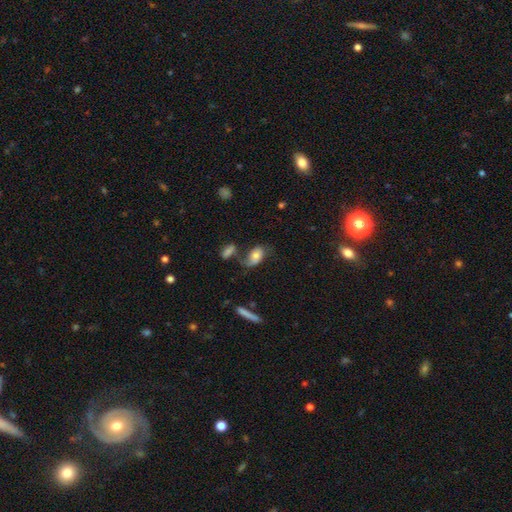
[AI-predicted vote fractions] Q: Smooth or featured?
A: smooth (59%); runner-up: featured or disk (33%)
Q: How rounded?
A: in between (90%); runner-up: round (7%)
Q: Merging?
A: none (37%); runner-up: major disturbance (22%)